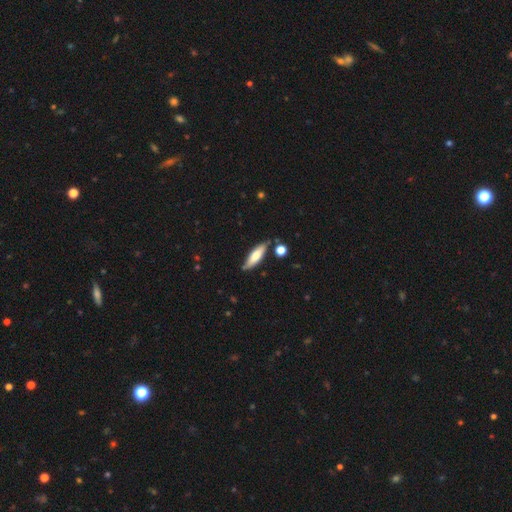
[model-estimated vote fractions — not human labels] Smooth or featured? Predicted: smooth (p=0.72). How rounded? Predicted: cigar-shaped (p=0.56). Merging? Predicted: none (p=0.78).